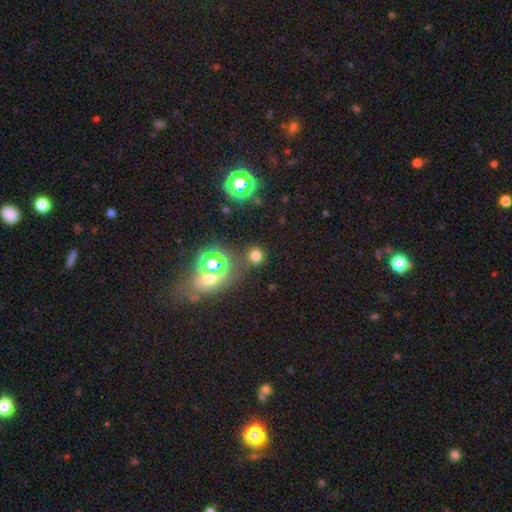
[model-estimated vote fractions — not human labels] Smooth or featured? Predicted: smooth (p=0.65). How rounded? Predicted: round (p=0.89). Merging? Predicted: none (p=0.80).